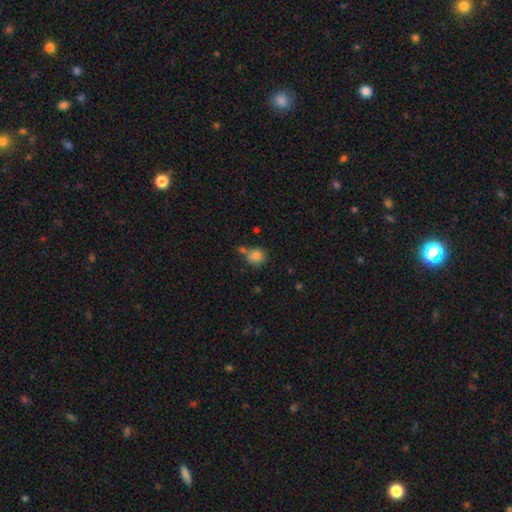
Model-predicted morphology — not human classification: Q: Smooth or featured?
A: smooth (81%); runner-up: star or artifact (11%)
Q: How rounded?
A: round (82%); runner-up: in between (17%)
Q: Merging?
A: none (58%); runner-up: merger (23%)